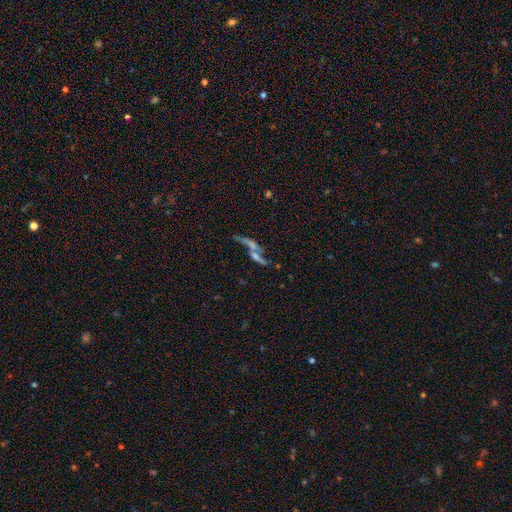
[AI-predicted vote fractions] This appears to be a featured or disk galaxy (55%). Merging: merger (49%).